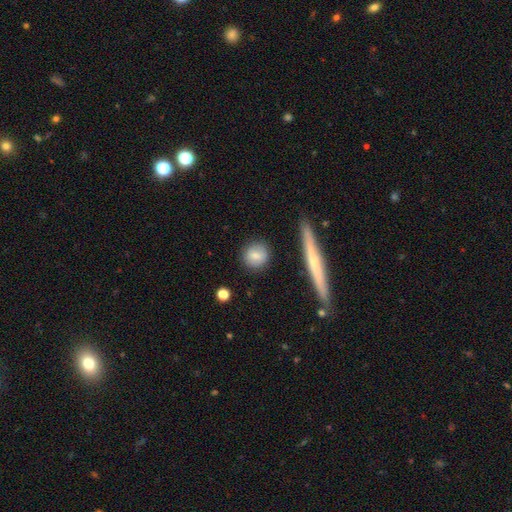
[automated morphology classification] A smooth galaxy with no disk features (81%) that is round (80%).

Vote fractions:
- Smooth or featured? smooth: 81% / featured or disk: 13% / star or artifact: 7%
- How rounded? round: 80% / in between: 16% / cigar-shaped: 4%
- Merging? none: 87% / minor disturbance: 9% / major disturbance: 2% / merger: 2%